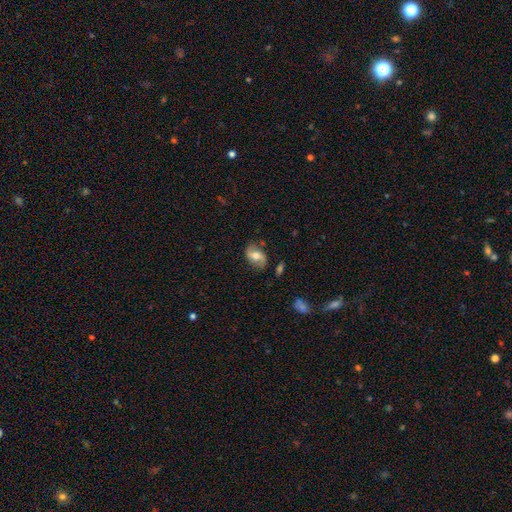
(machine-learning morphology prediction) smooth_or_featured: smooth (p=0.52) [alt: featured or disk p=0.40]
how_rounded: in between (p=0.83) [alt: round p=0.16]
merging: none (p=0.73) [alt: minor disturbance p=0.20]